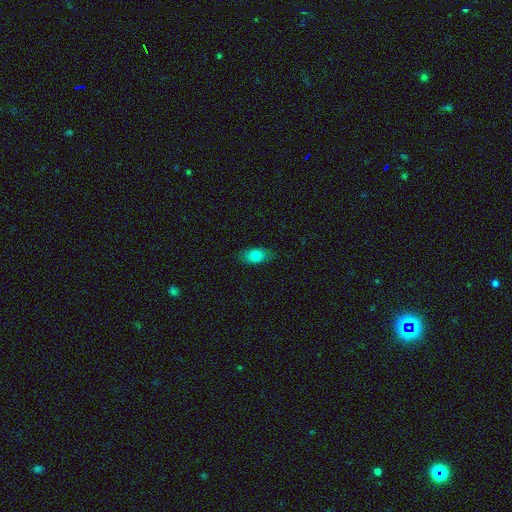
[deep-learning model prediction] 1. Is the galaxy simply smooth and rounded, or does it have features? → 80% smooth, 11% featured or disk, 8% star or artifact.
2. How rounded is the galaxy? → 87% in between, 8% round, 5% cigar-shaped.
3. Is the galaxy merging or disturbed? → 82% none, 14% minor disturbance, 3% major disturbance, 1% merger.